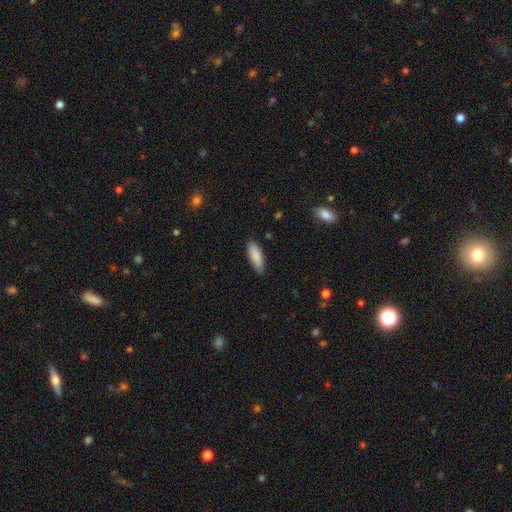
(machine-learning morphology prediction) smooth-or-featured: smooth: 88% | featured or disk: 6% | star or artifact: 6%
  how-rounded: in between: 69% | cigar-shaped: 29% | round: 2%
  merging: none: 83% | minor disturbance: 14% | major disturbance: 2% | merger: 1%